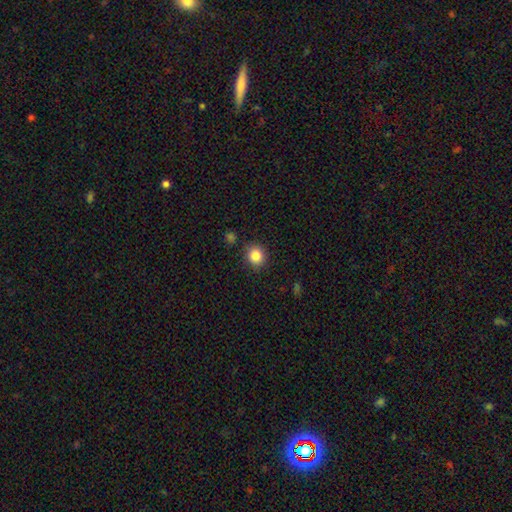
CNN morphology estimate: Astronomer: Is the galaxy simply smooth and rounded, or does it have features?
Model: smooth — 85%.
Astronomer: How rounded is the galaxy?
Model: round — 85%.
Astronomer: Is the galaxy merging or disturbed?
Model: none — 88%.